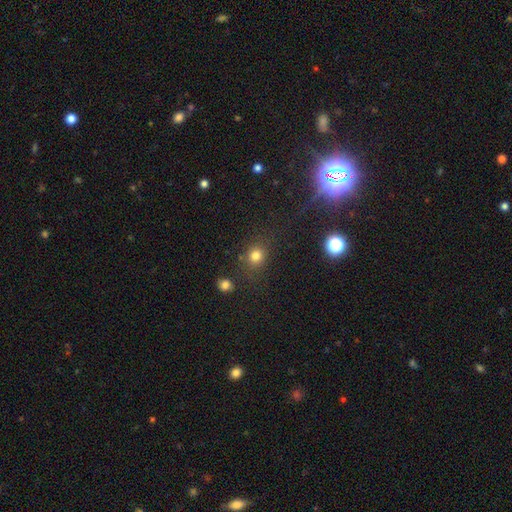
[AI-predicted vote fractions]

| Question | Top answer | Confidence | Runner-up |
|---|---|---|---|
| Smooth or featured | smooth | 78% | star or artifact (16%) |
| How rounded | round | 78% | in between (21%) |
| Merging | none | 75% | minor disturbance (12%) |